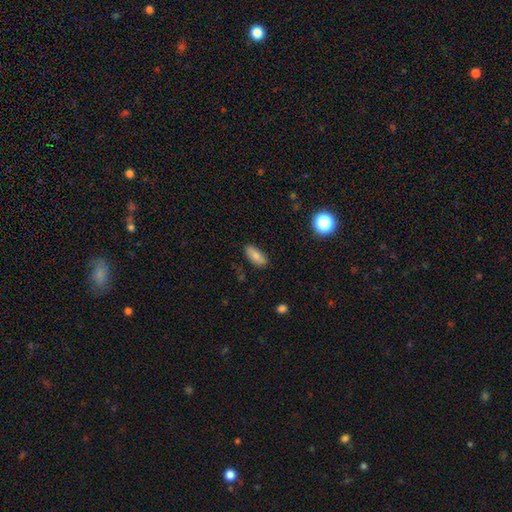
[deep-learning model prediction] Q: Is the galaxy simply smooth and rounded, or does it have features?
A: smooth — 76%.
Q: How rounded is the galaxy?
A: in between — 83%.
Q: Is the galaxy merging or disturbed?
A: none — 83%.